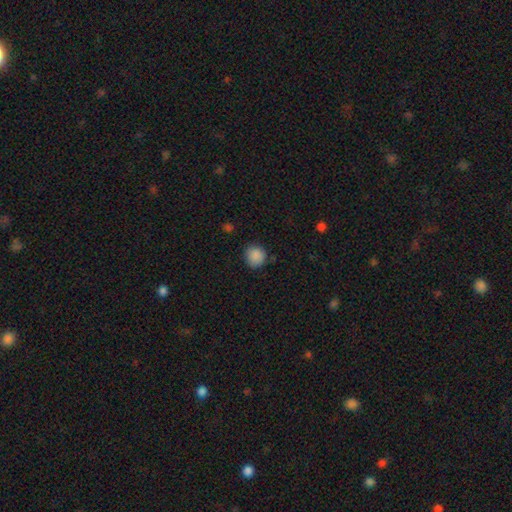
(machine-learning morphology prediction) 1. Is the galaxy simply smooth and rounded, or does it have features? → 88% smooth, 9% star or artifact, 3% featured or disk.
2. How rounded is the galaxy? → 88% round, 11% in between, 1% cigar-shaped.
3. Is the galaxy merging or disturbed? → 82% none, 14% minor disturbance, 3% major disturbance, 2% merger.